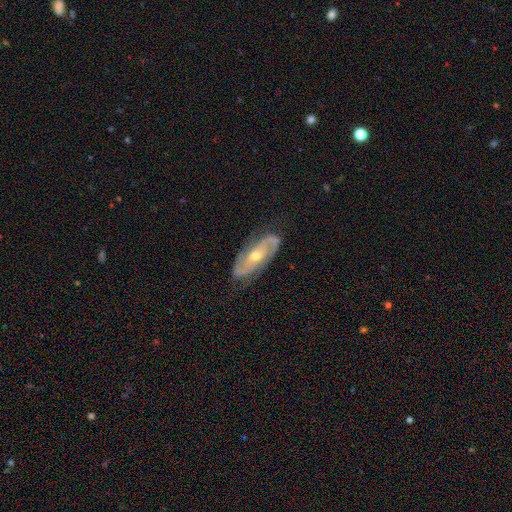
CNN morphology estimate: This is clearly a featured or disk galaxy (87%). It is clearly not viewed edge-on (93%). Bar: possibly no (56%). Spiral arm pattern: clearly yes (96%). Spiral arm count: clearly 2 (80%). Spiral winding: possibly tight (48%). Central bulge: likely moderate (60%). Merging: likely none (78%).